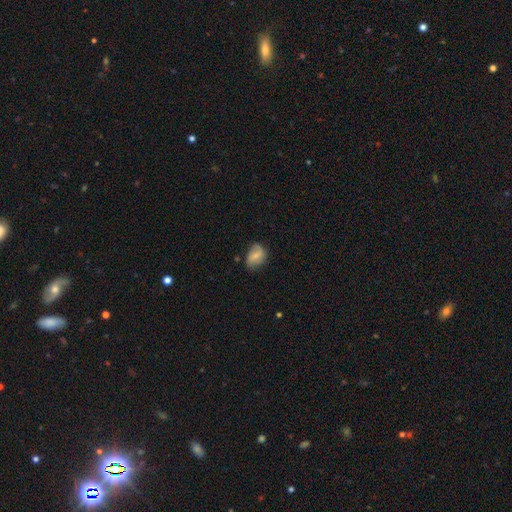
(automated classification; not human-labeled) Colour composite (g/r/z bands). It shows a smooth galaxy with no disk features (61%) that is in between round and cigar-shaped (70%). Merging: none (54%).